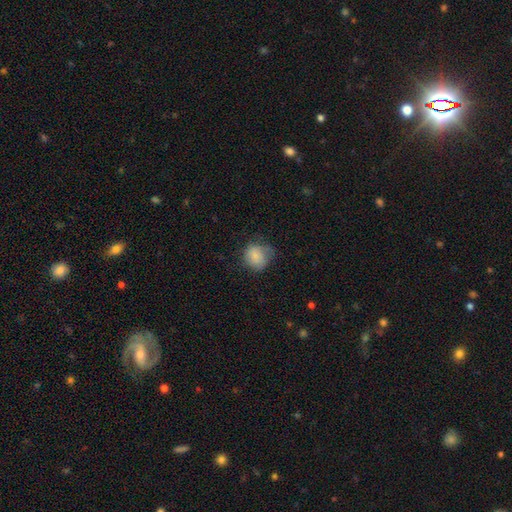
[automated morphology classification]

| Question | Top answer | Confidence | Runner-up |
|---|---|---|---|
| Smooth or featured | smooth | 81% | featured or disk (11%) |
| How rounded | round | 77% | in between (22%) |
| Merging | none | 55% | minor disturbance (31%) |